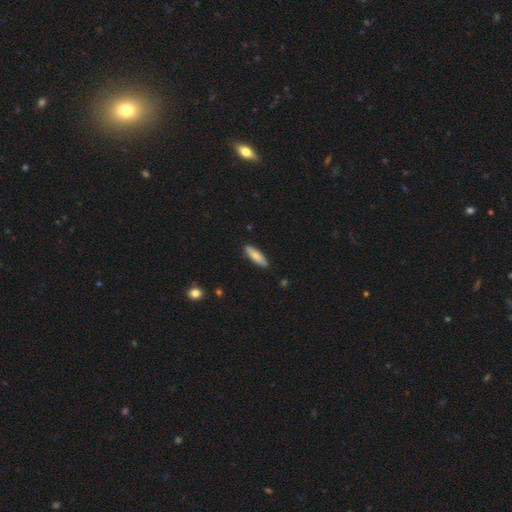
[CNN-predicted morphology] This appears to be a smooth galaxy with no disk features (77%) that is cigar-shaped (51%). Merging: none (88%).